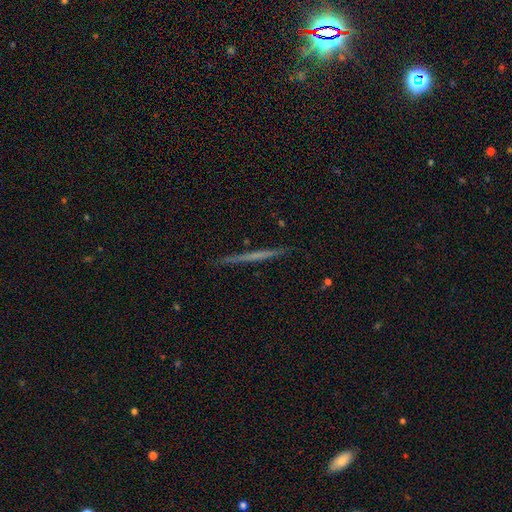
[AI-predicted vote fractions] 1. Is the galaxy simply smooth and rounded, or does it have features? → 55% featured or disk, 39% smooth, 6% star or artifact.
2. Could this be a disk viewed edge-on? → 97% yes, 3% no.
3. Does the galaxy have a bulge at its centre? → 91% none, 6% rounded, 3% boxy.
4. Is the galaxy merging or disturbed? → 91% none, 6% minor disturbance, 1% major disturbance, 1% merger.